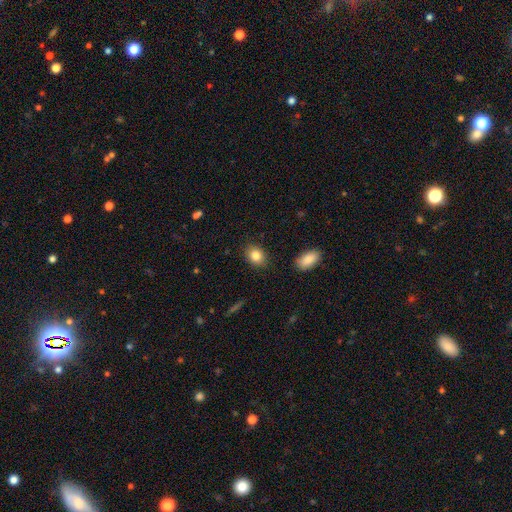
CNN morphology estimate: Q: Smooth or featured?
A: smooth (84%); runner-up: star or artifact (9%)
Q: How rounded?
A: in between (61%); runner-up: round (38%)
Q: Merging?
A: none (87%); runner-up: minor disturbance (9%)